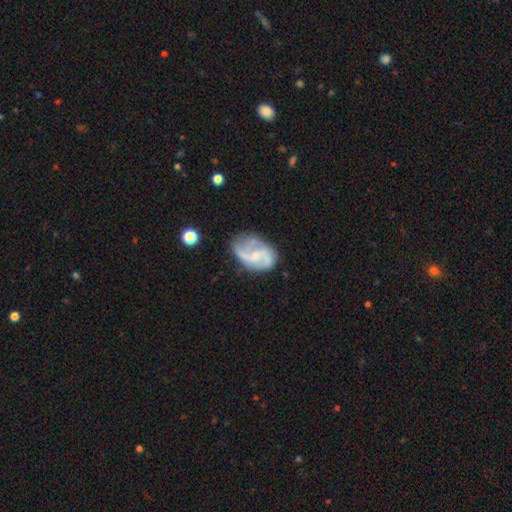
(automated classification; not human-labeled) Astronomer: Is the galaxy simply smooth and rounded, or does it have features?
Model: featured or disk — 78%.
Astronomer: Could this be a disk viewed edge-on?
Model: no — 97%.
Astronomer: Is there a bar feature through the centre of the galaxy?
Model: no — 48% (runner-up: weak, 42%).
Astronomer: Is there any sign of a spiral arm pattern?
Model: yes — 90%.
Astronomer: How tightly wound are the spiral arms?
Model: loose — 47% (runner-up: medium, 40%).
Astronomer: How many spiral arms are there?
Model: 2 — 73%.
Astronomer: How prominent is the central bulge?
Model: small — 62%.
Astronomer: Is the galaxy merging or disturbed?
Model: none — 55%.